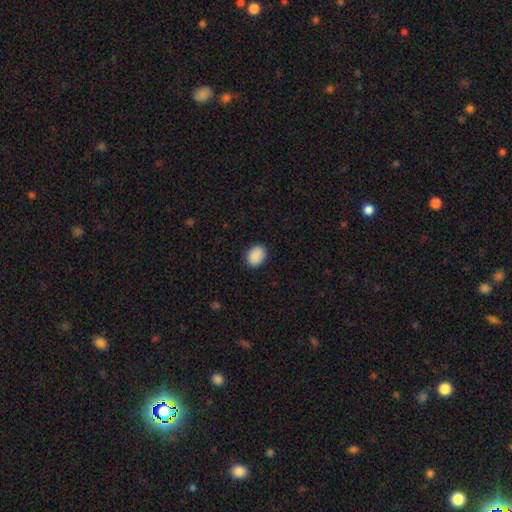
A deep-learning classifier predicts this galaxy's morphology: A smooth galaxy with no disk features (90%) that is in between round and cigar-shaped (66%). Merging: none (89%).